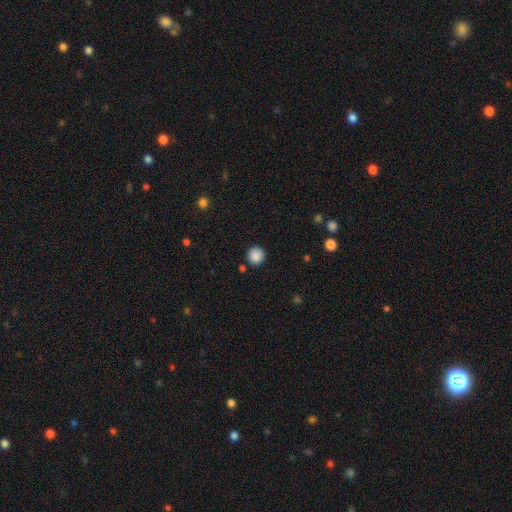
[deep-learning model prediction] A smooth galaxy with no disk features (87%) that is round (94%). Merging: none (88%).